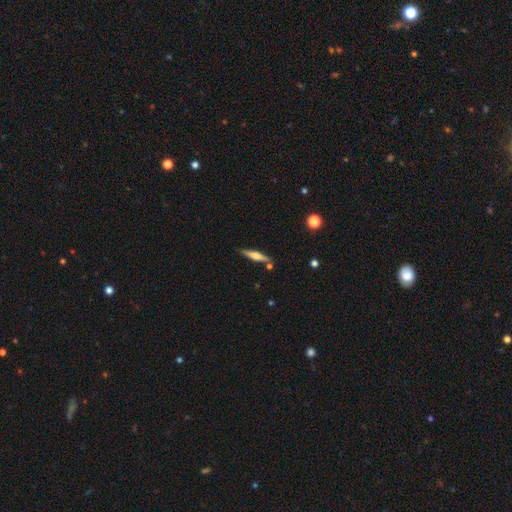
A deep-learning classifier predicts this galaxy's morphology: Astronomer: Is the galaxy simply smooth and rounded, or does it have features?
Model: featured or disk — 57% (runner-up: smooth, 37%).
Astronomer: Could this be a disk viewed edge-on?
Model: yes — 96%.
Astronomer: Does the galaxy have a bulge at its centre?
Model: rounded — 81%.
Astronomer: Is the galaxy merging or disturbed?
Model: none — 82%.